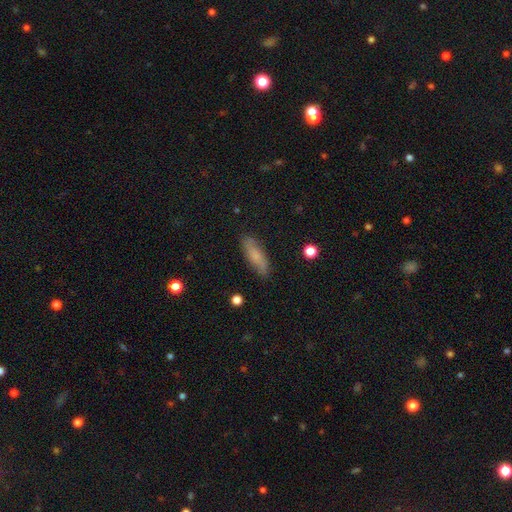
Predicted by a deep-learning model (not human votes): Smooth or featured: smooth — 66% (featured or disk — 27%)
How rounded: cigar-shaped — 49% (in between — 48%)
Merging: none — 83% (minor disturbance — 13%)